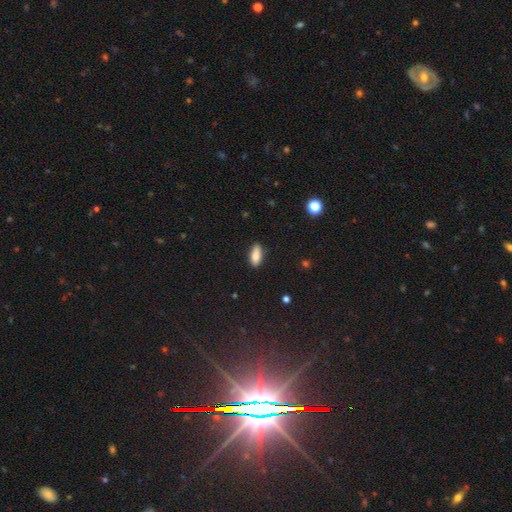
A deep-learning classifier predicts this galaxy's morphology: Q: Smooth or featured?
A: smooth (81%); runner-up: featured or disk (11%)
Q: How rounded?
A: in between (77%); runner-up: cigar-shaped (20%)
Q: Merging?
A: none (85%); runner-up: minor disturbance (12%)